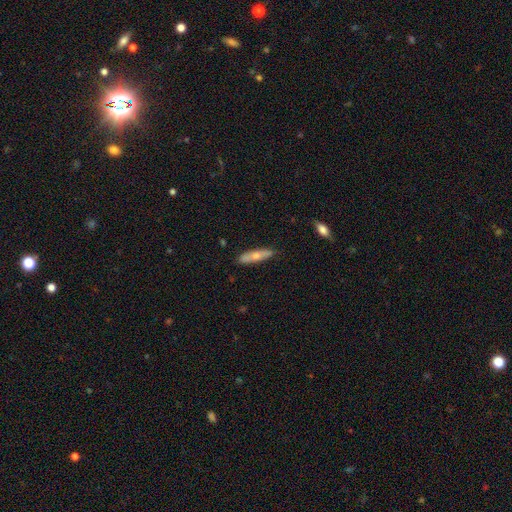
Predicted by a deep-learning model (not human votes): A smooth galaxy with no disk features (60%) that is cigar-shaped (71%). Merging: none (85%).